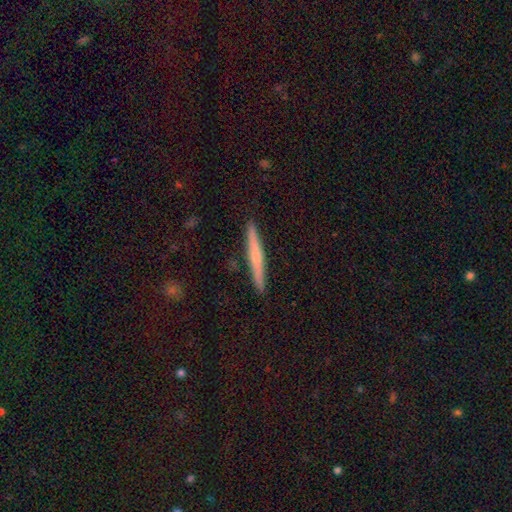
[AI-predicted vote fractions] Overall: smooth (52%; featured or disk 42%). How rounded: cigar-shaped (96%). Merging: none (92%).